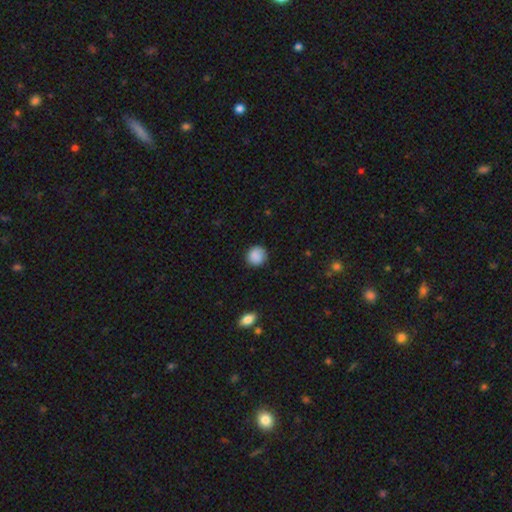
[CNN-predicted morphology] smooth 89%, star or artifact 8%, featured or disk 3%. Down the decision tree: how rounded — round (91%); merging — none (88%).